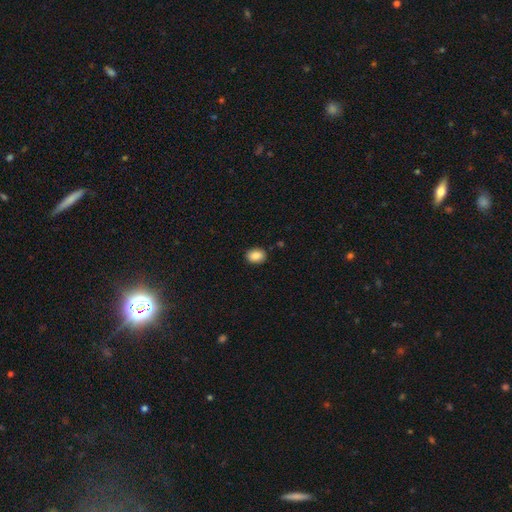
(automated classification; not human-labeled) This is clearly a smooth galaxy (88%). How rounded: likely in between (67%). Merging: clearly none (88%).